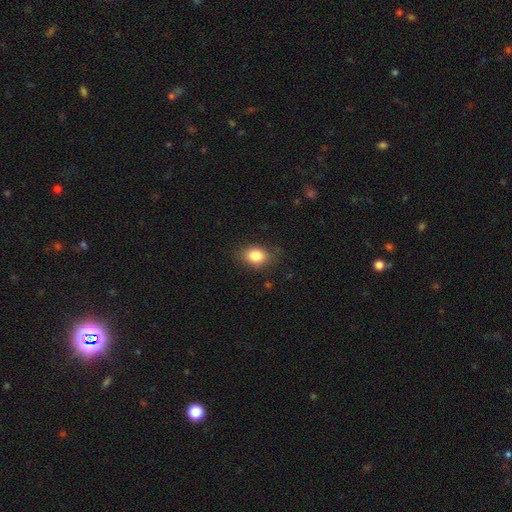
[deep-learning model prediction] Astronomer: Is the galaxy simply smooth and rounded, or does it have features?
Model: smooth — 84%.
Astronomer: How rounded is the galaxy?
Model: in between — 69%.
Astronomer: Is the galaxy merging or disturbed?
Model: none — 79%.